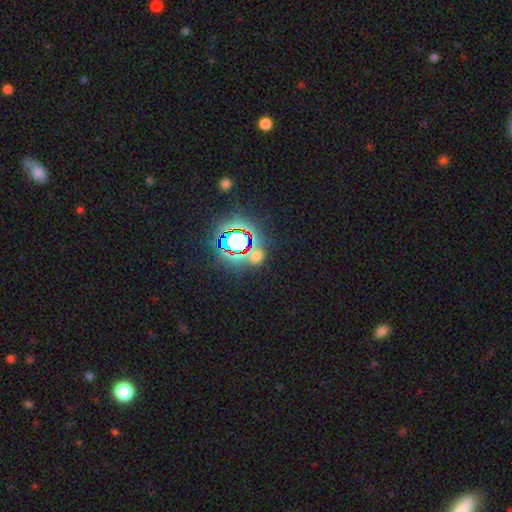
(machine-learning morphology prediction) Smooth or featured? star or artifact (54%)